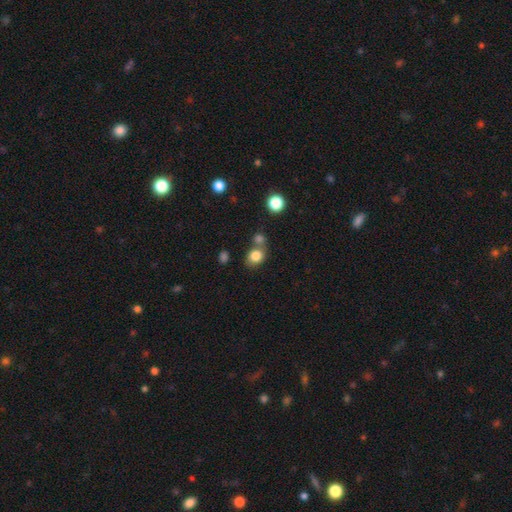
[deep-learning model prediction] Smooth or featured? Predicted: smooth (p=0.83). How rounded? Predicted: round (p=0.59). Merging? Predicted: none (p=0.51).